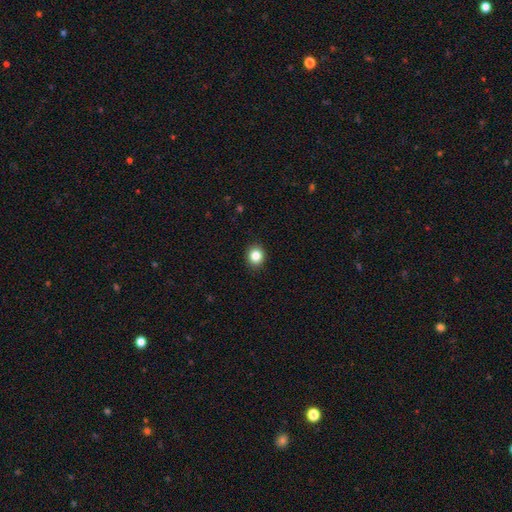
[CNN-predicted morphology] A smooth galaxy with no disk features (85%) that is round (79%).

Vote fractions:
- Smooth or featured? smooth: 85% / star or artifact: 10% / featured or disk: 5%
- How rounded? round: 79% / in between: 20% / cigar-shaped: 1%
- Merging? none: 91% / minor disturbance: 6% / major disturbance: 2% / merger: 1%